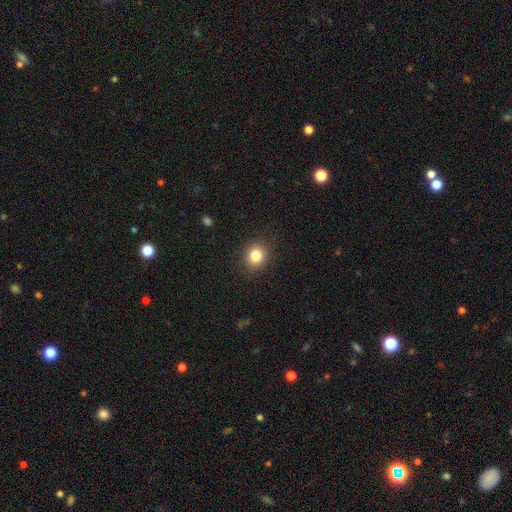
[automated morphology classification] This is clearly a smooth galaxy (83%). How rounded: likely round (74%). Merging: clearly none (88%).